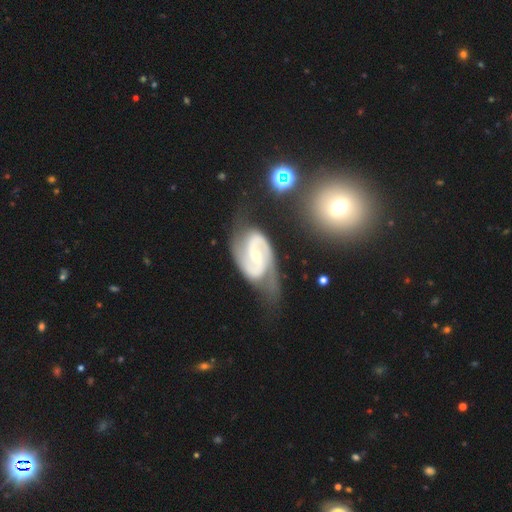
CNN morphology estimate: smooth-or-featured: featured or disk: 90% | star or artifact: 5% | smooth: 5%
  disk-edge-on: no: 97% | yes: 3%
    bar: weak: 39% | no: 33% | strong: 27%
    has-spiral-arms: yes: 98% | no: 2%
      spiral-winding: medium: 54% | tight: 26% | loose: 20%
      spiral-arm-count: 2: 92% | can't tell: 3% | 3: 2% | 1: 1% | 4: 1% | more than 4: 1%
    bulge-size: small: 63% | moderate: 34% | large: 1% | none: 1% | dominant: 1%
  merging: none: 56% | minor disturbance: 25% | major disturbance: 15% | merger: 4%